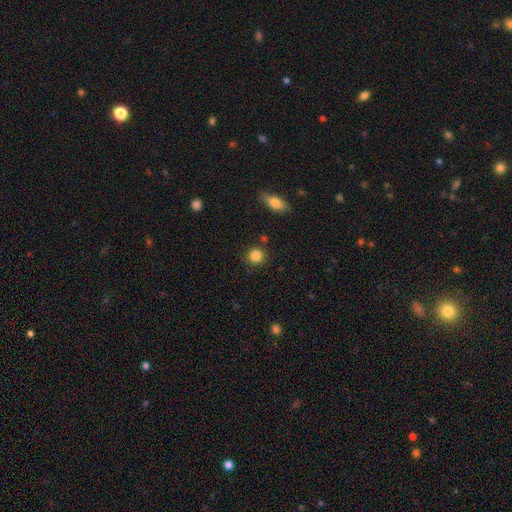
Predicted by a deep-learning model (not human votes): This appears to be a smooth galaxy with no disk features (86%) that is round (90%). Merging: none (86%).